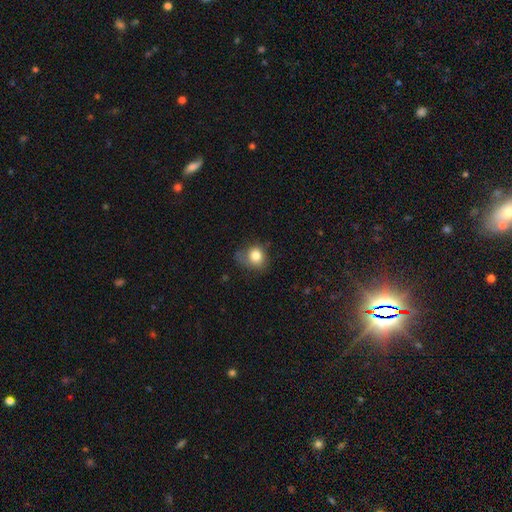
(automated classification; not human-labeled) Morphology: type=smooth (80%); roundness=round (65%); merging=none (47%).